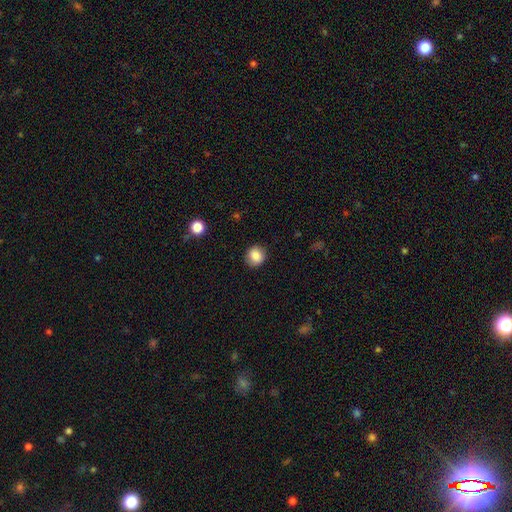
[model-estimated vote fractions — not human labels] This is clearly a smooth galaxy (85%). How rounded: clearly round (84%). Merging: clearly none (87%).